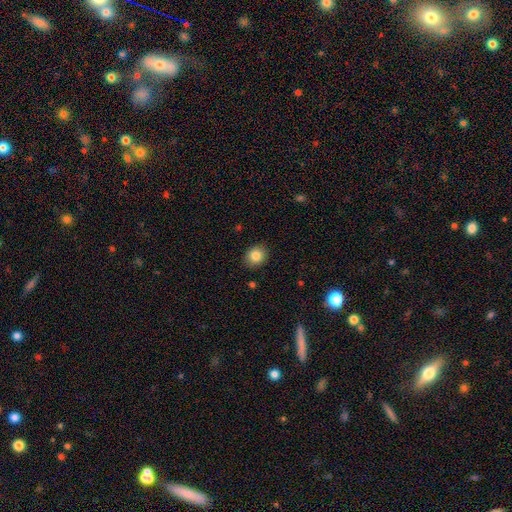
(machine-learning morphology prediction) smooth-or-featured: smooth: 84% | star or artifact: 9% | featured or disk: 6%
  how-rounded: round: 64% | in between: 35% | cigar-shaped: 1%
  merging: none: 88% | minor disturbance: 9% | major disturbance: 2% | merger: 1%